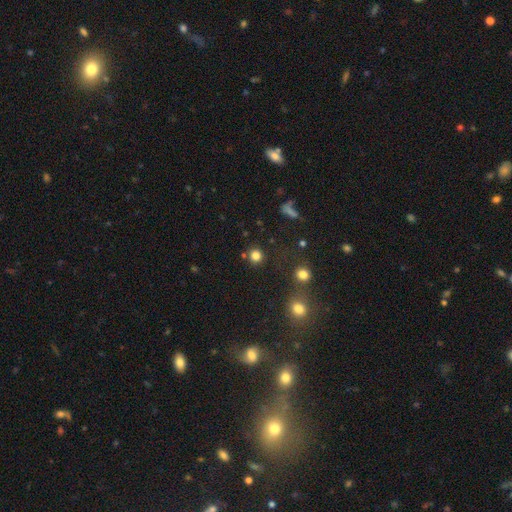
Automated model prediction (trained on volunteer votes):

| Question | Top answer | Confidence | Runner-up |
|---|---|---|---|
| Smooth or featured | smooth | 80% | star or artifact (15%) |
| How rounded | round | 92% | in between (7%) |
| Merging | none | 83% | minor disturbance (8%) |